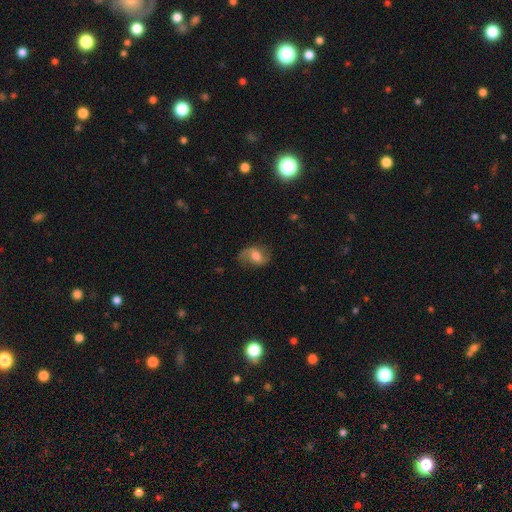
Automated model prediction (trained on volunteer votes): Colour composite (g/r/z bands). It shows a featured or disk galaxy (54%) with a weak bar (44%), spiral arms (86%) and a moderate central bulge (60%). Merging: none (66%).